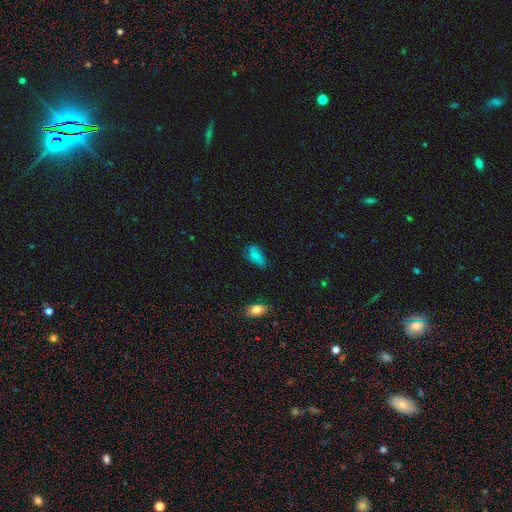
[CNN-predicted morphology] smooth 66%, featured or disk 24%, star or artifact 10%. Down the decision tree: how rounded — in between (88%); merging — none (58%).